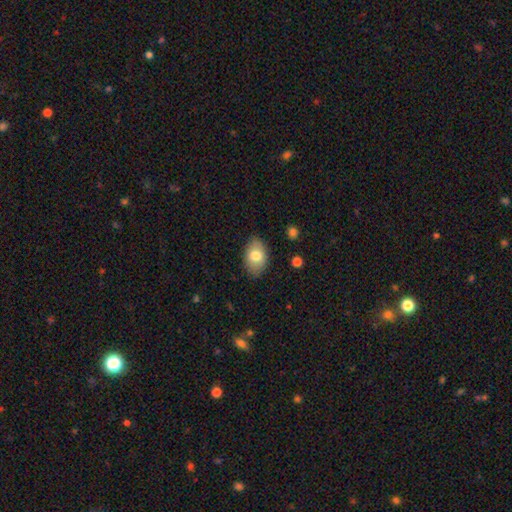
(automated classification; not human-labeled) smooth 76%, featured or disk 17%, star or artifact 7%. Down the decision tree: how rounded — in between (86%); merging — none (83%).